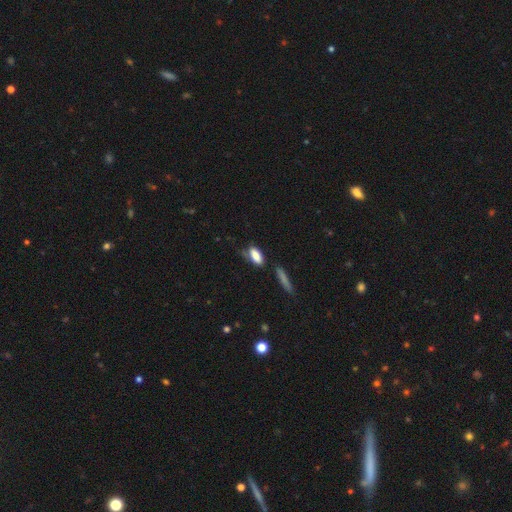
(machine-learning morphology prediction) This is clearly a smooth galaxy (82%). How rounded: clearly in between (81%). Merging: possibly none (57%).